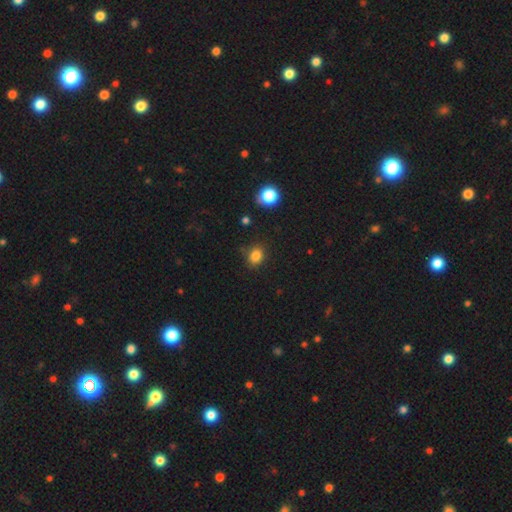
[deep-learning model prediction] Overall: smooth (82%). How rounded: round (61%; in between 38%). Merging: none (81%).